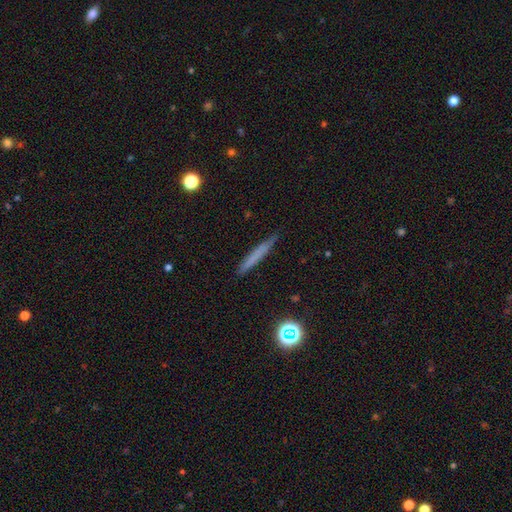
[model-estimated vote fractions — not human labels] A smooth galaxy with no disk features (62%) that is cigar-shaped (95%). Merging: none (88%).